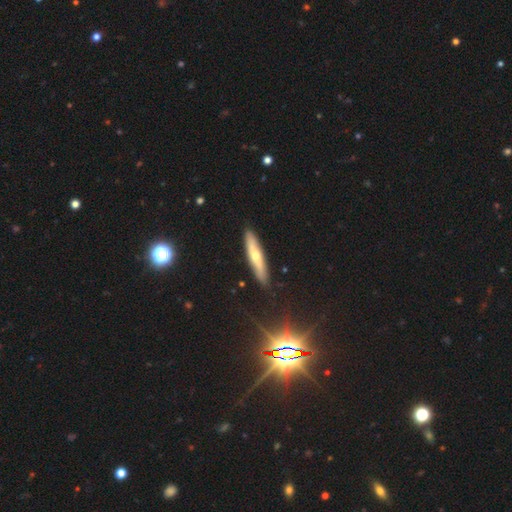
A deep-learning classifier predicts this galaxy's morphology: smooth_or_featured: featured or disk (p=0.50) [alt: smooth p=0.38]
disk_edge_on: yes (p=0.80) [alt: no p=0.20]
merging: none (p=0.88) [alt: minor disturbance p=0.09]